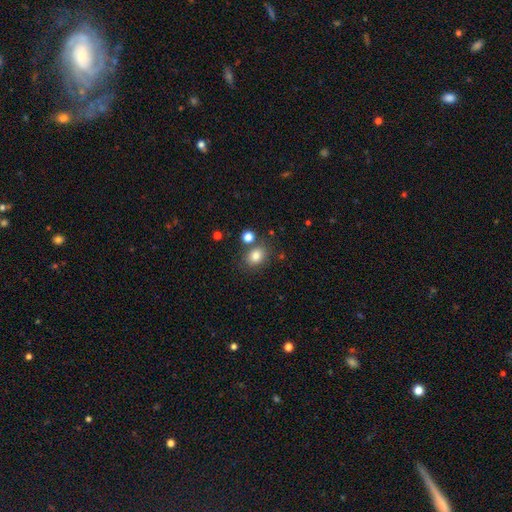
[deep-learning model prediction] Smooth or featured: smooth — 82% (star or artifact — 11%)
How rounded: in between — 52% (round — 47%)
Merging: none — 73% (minor disturbance — 12%)